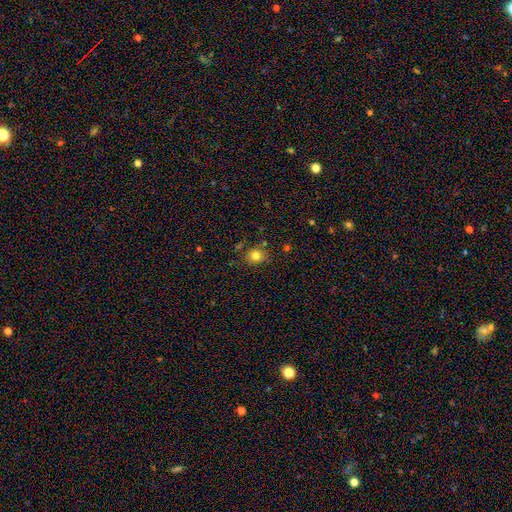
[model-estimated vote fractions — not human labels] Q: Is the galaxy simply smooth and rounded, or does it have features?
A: smooth — 80%.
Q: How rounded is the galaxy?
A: round — 81%.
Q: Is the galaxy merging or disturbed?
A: none — 81%.